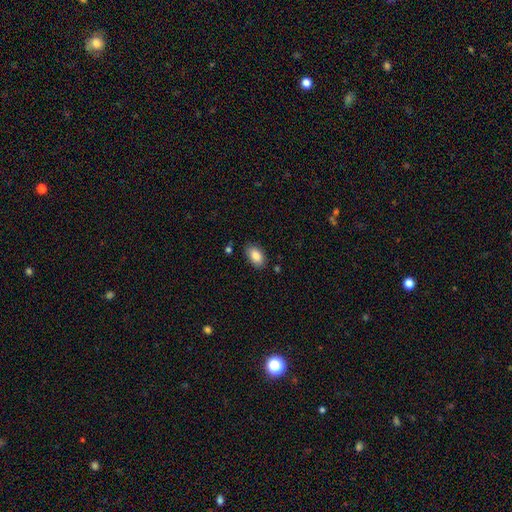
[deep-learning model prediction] Smooth or featured? Predicted: smooth (p=0.86). How rounded? Predicted: in between (p=0.93). Merging? Predicted: none (p=0.83).